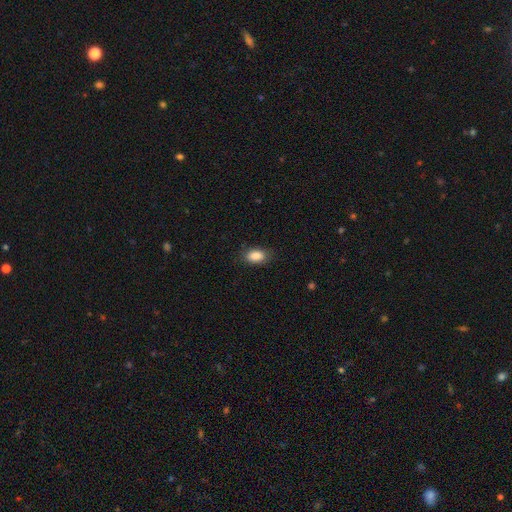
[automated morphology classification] The model was most divided on "merging": none: 84%, minor disturbance: 12%, major disturbance: 3%, merger: 1%. More confident: how rounded — in between (89%); smooth or featured — smooth (88%).